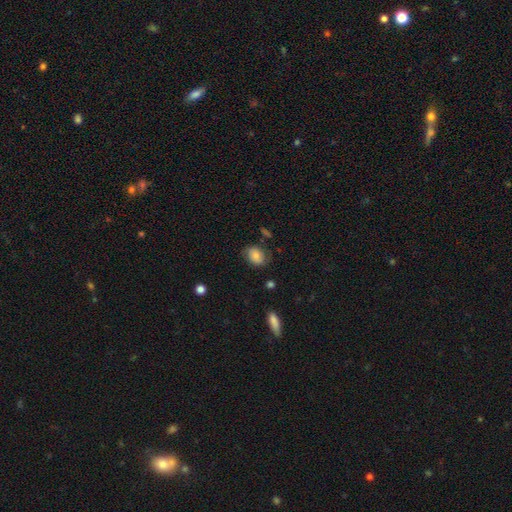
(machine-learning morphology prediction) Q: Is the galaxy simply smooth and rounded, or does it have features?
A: smooth — 74%.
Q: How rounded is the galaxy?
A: in between — 71%.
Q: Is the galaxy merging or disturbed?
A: none — 70%.